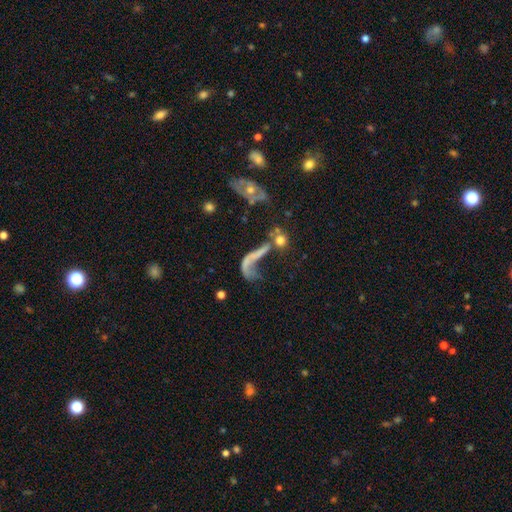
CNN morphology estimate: Smooth or featured?
  - featured or disk: 54% *
  - smooth: 33%
  - star or artifact: 14%
Edge-on disk?
  - no: 85% *
  - yes: 15%
Merging?
  - major disturbance: 40% *
  - merger: 29%
  - none: 20%
  - minor disturbance: 11%